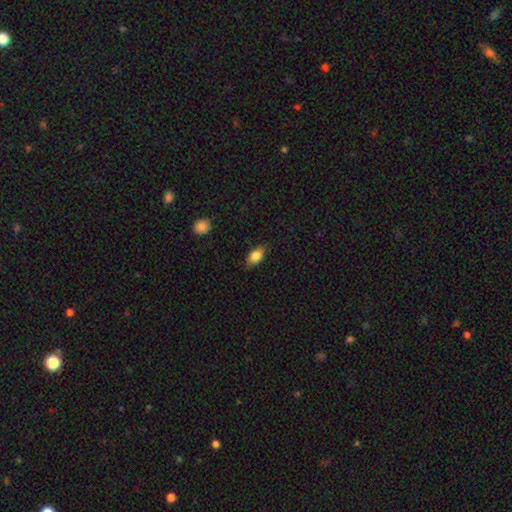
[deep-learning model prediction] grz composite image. It shows a smooth galaxy with no disk features (85%) that is in between round and cigar-shaped (89%). Merging: none (83%).